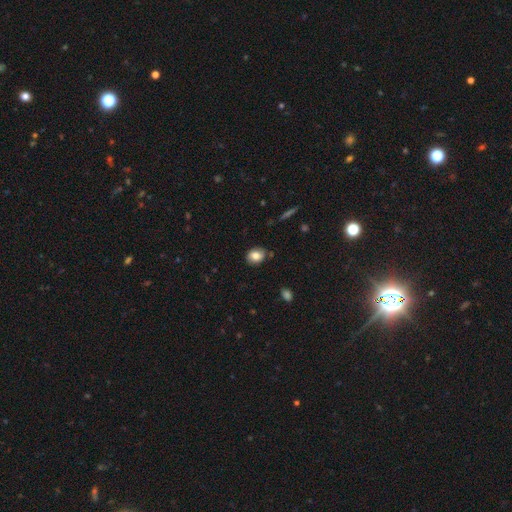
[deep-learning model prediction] Smooth or featured: smooth — 80% (featured or disk — 11%)
How rounded: in between — 53% (round — 46%)
Merging: none — 80% (minor disturbance — 14%)